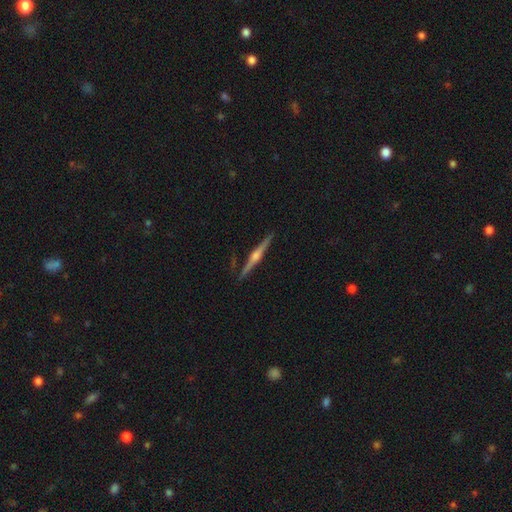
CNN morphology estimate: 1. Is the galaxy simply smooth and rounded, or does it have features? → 84% featured or disk, 11% smooth, 5% star or artifact.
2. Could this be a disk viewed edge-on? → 99% yes, 1% no.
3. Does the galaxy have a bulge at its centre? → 90% rounded, 6% boxy, 4% none.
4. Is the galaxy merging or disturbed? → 91% none, 6% minor disturbance, 1% major disturbance, 1% merger.